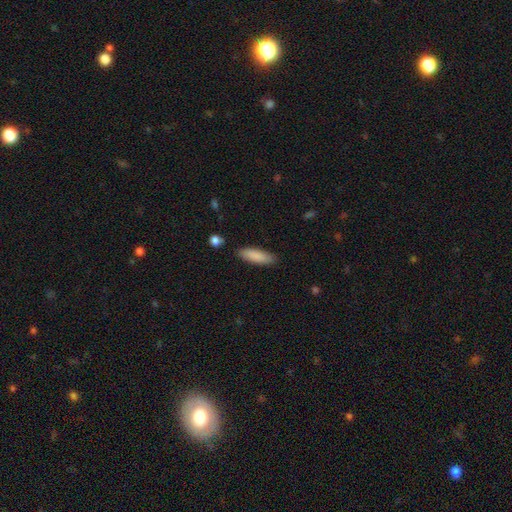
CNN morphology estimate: smooth 87%, featured or disk 7%, star or artifact 6%. Down the decision tree: how rounded — cigar-shaped (52%); merging — none (86%).